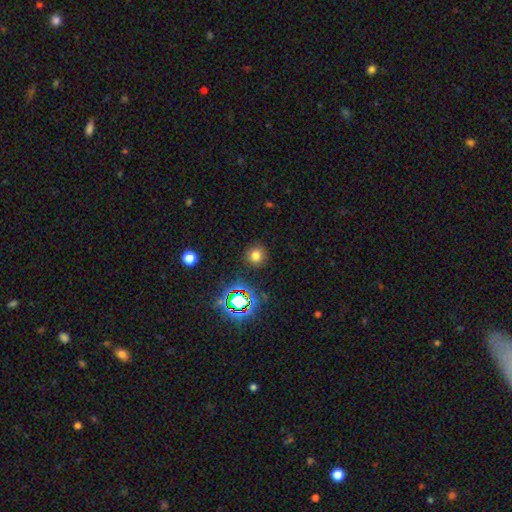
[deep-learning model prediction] This is likely a smooth galaxy (72%). How rounded: clearly round (91%). Merging: clearly none (89%).